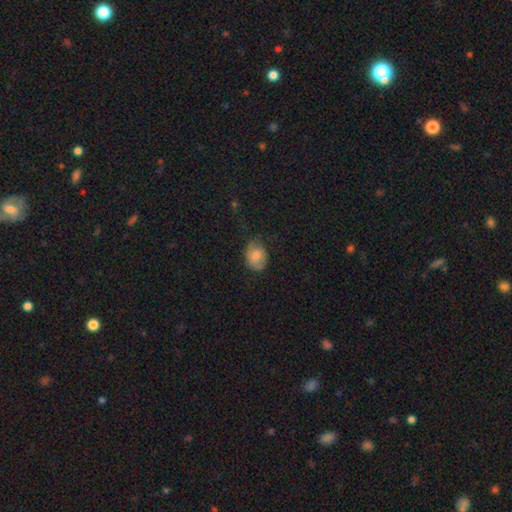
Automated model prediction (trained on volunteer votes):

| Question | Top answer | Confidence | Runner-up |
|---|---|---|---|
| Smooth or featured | smooth | 72% | featured or disk (20%) |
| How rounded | in between | 57% | round (42%) |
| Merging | none | 54% | minor disturbance (32%) |